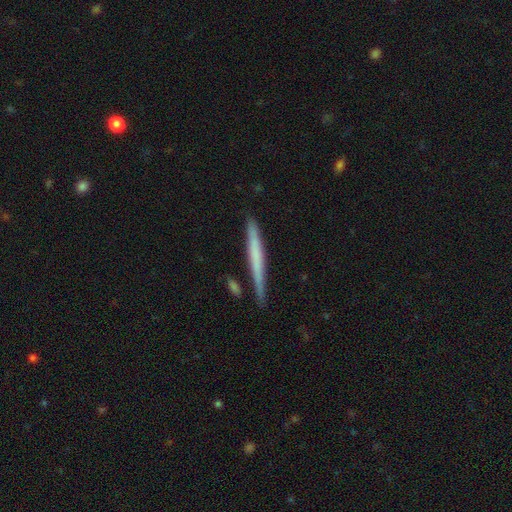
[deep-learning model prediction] smooth 56%, featured or disk 39%, star or artifact 6%. Down the decision tree: how rounded — cigar-shaped (97%); merging — none (83%).